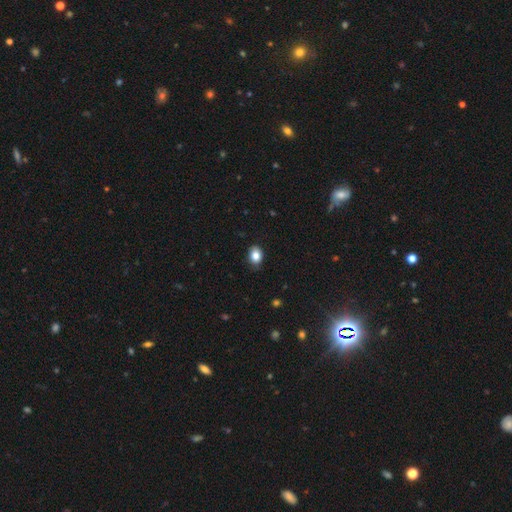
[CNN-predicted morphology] This appears to be a smooth galaxy with no disk features (84%) that is in between round and cigar-shaped (73%). Merging: none (82%).